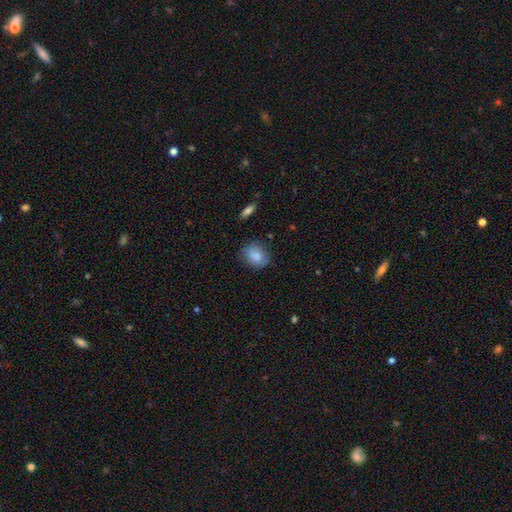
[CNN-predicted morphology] smooth 81%, featured or disk 11%, star or artifact 8%. Down the decision tree: how rounded — in between (50%); merging — none (72%).